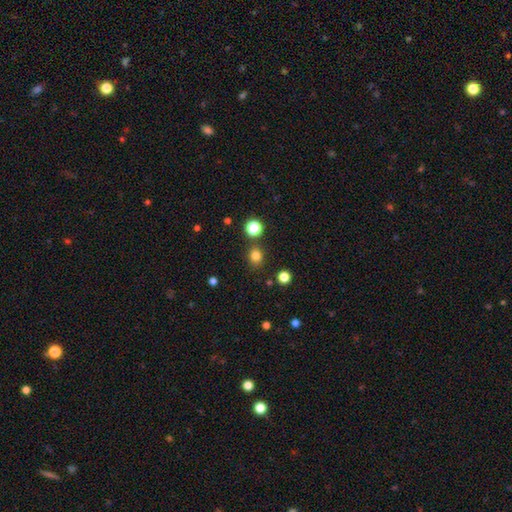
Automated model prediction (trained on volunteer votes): The model was most divided on "how rounded": round: 77%, in between: 22%, cigar-shaped: 1%. More confident: merging — none (82%); smooth or featured — smooth (80%).